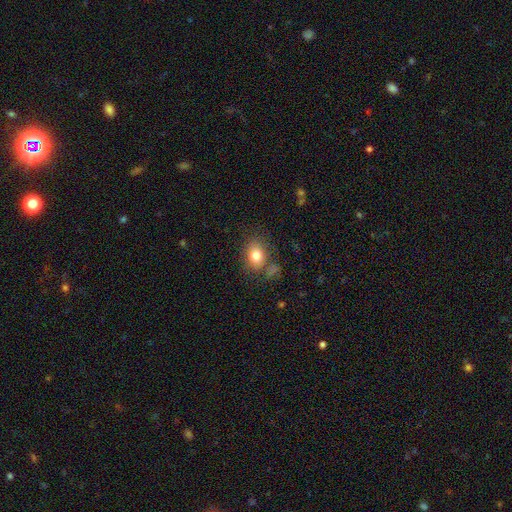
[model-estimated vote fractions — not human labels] This appears to be a smooth galaxy with no disk features (79%) that is in between round and cigar-shaped (67%). Merging: none (71%).